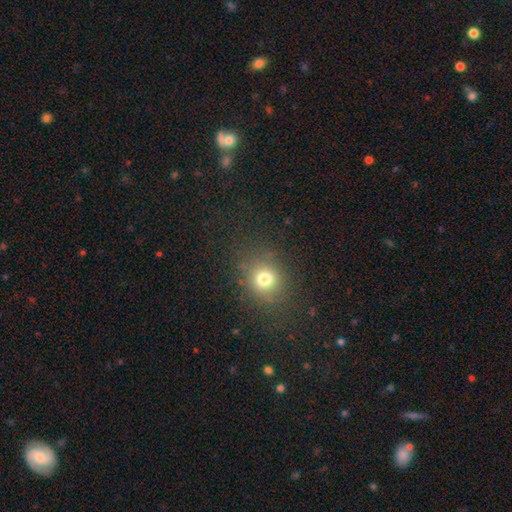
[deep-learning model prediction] Q: Smooth or featured?
A: smooth (65%); runner-up: star or artifact (28%)
Q: How rounded?
A: round (62%); runner-up: in between (36%)
Q: Merging?
A: none (87%); runner-up: minor disturbance (8%)